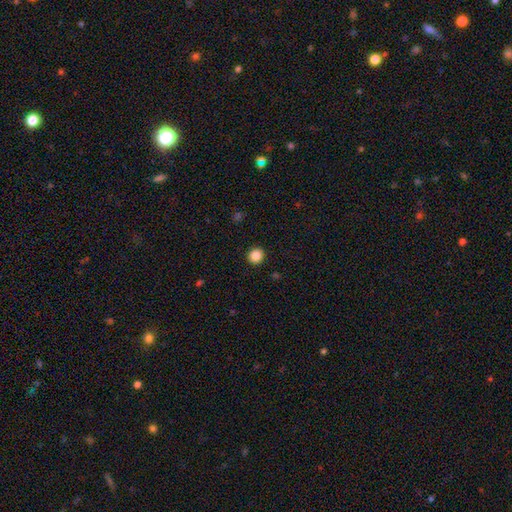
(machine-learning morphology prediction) Q: Smooth or featured?
A: smooth (86%); runner-up: star or artifact (11%)
Q: How rounded?
A: round (93%); runner-up: in between (6%)
Q: Merging?
A: none (93%); runner-up: minor disturbance (4%)